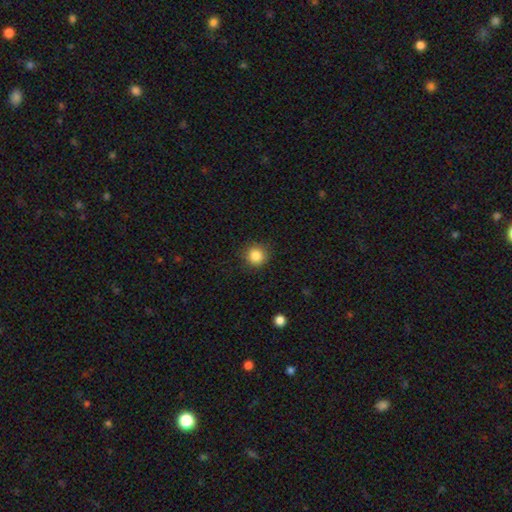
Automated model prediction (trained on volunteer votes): A smooth galaxy with no disk features (85%) that is round (94%).

Vote fractions:
- Smooth or featured? smooth: 85% / star or artifact: 10% / featured or disk: 4%
- How rounded? round: 94% / in between: 5% / cigar-shaped: 1%
- Merging? none: 89% / minor disturbance: 8% / major disturbance: 2% / merger: 1%